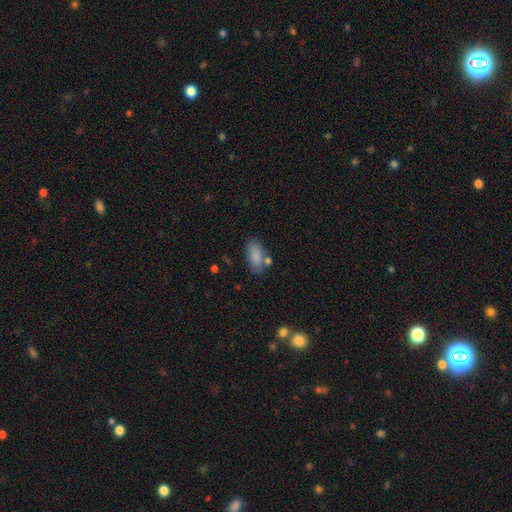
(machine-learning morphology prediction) This is clearly a smooth galaxy (86%). How rounded: clearly in between (91%). Merging: likely none (68%).